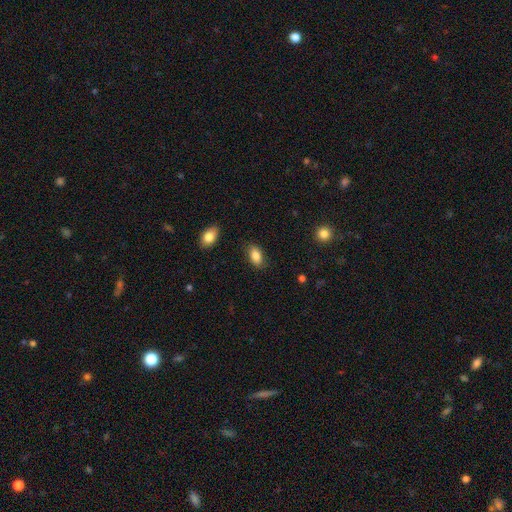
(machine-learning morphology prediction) Q: Smooth or featured?
A: smooth (86%); runner-up: star or artifact (8%)
Q: How rounded?
A: in between (92%); runner-up: round (5%)
Q: Merging?
A: none (84%); runner-up: minor disturbance (12%)